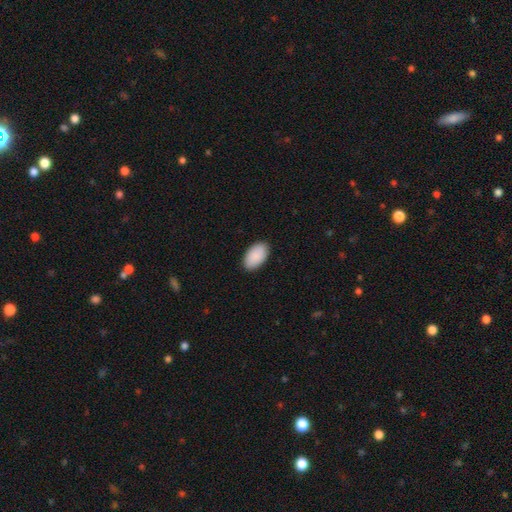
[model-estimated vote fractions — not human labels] smooth_or_featured: smooth (p=0.91) [alt: star or artifact p=0.06]
how_rounded: in between (p=0.96) [alt: round p=0.03]
merging: none (p=0.89) [alt: minor disturbance p=0.09]